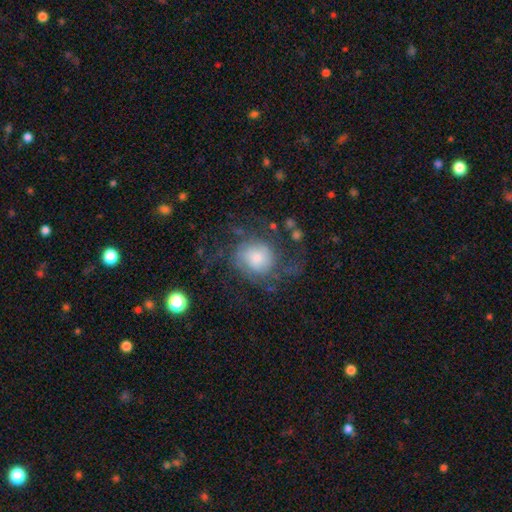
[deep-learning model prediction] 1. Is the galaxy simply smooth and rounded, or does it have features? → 60% featured or disk, 30% smooth, 11% star or artifact.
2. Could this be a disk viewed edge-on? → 97% no, 3% yes.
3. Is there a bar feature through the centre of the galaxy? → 77% no, 20% weak, 3% strong.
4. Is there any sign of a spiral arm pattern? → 84% yes, 16% no.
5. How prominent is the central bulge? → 40% moderate, 35% small, 17% large, 4% none, 4% dominant.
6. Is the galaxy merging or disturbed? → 55% none, 25% major disturbance, 18% minor disturbance, 2% merger.